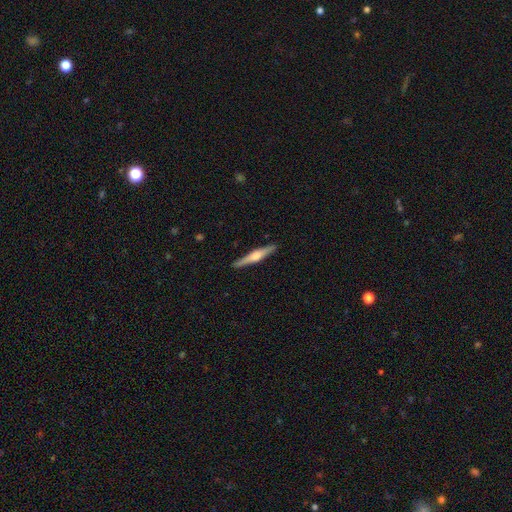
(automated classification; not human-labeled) A featured or disk galaxy (69%) viewed edge-on (98%) with a rounded central bulge (85%).

Vote fractions:
- Smooth or featured? featured or disk: 69% / smooth: 26% / star or artifact: 5%
- Edge-on disk? yes: 98% / no: 2%
- Edge-on bulge? rounded: 85% / boxy: 10% / none: 5%
- Merging? none: 91% / minor disturbance: 6% / major disturbance: 1% / merger: 1%